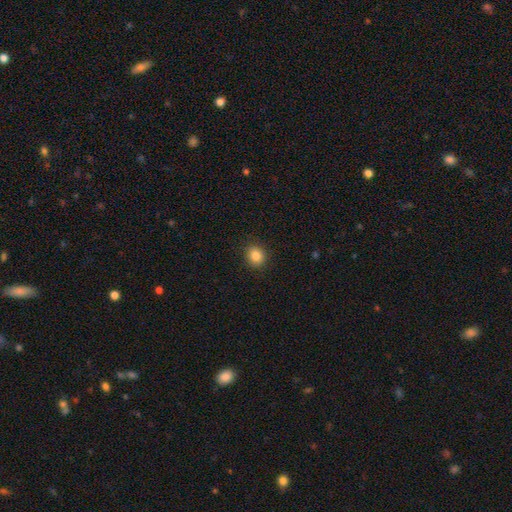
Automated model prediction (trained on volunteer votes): Smooth or featured: smooth — 85% (star or artifact — 10%)
How rounded: round — 73% (in between — 26%)
Merging: none — 90% (minor disturbance — 7%)